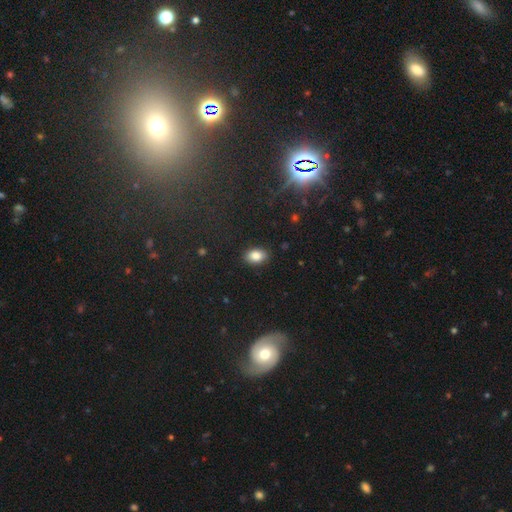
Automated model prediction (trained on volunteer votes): smooth 85%, star or artifact 9%, featured or disk 6%. Down the decision tree: how rounded — in between (88%); merging — none (88%).